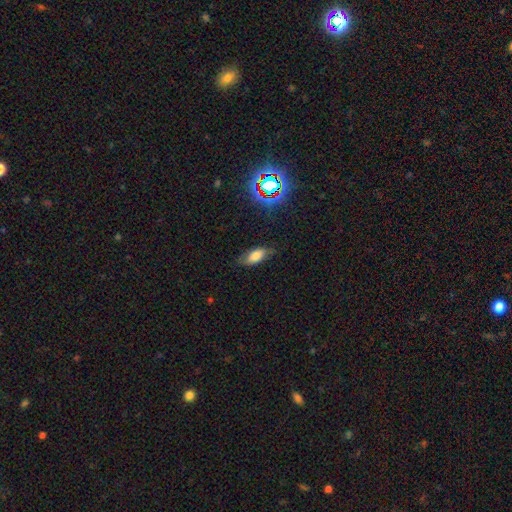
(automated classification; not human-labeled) Smooth or featured?
  - smooth: 70% *
  - featured or disk: 17%
  - star or artifact: 13%
How rounded?
  - in between: 85% *
  - cigar-shaped: 12%
  - round: 4%
Merging?
  - none: 71% *
  - minor disturbance: 21%
  - major disturbance: 6%
  - merger: 1%